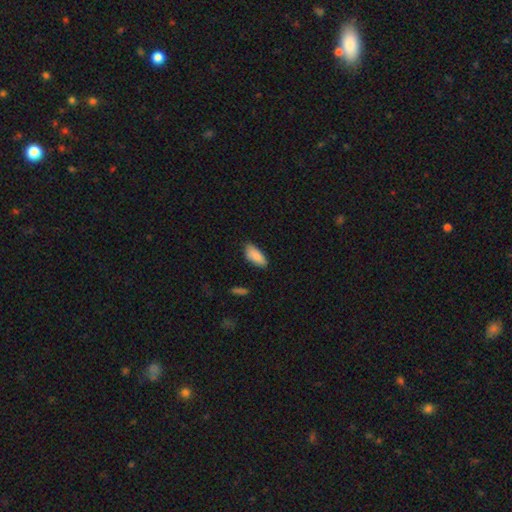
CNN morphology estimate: smooth_or_featured: smooth (p=0.88) [alt: star or artifact p=0.06]
how_rounded: in between (p=0.88) [alt: cigar-shaped p=0.10]
merging: none (p=0.75) [alt: minor disturbance p=0.20]